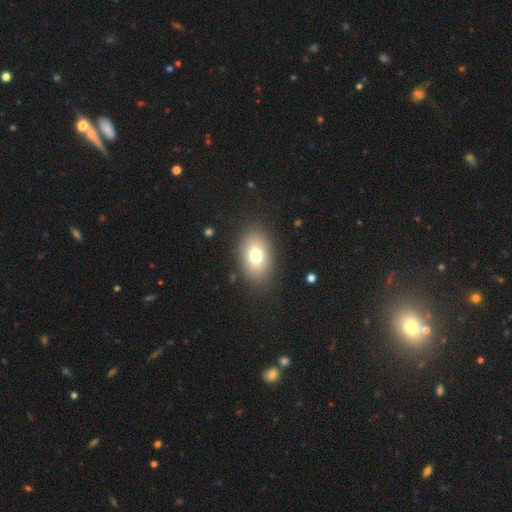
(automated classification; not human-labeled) The model was most divided on "smooth or featured": smooth: 76%, featured or disk: 15%, star or artifact: 10%. More confident: merging — none (86%); how rounded — in between (85%).